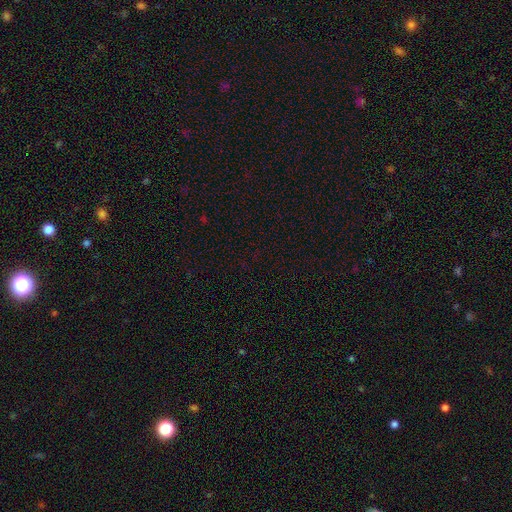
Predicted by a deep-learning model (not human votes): Smooth or featured? Predicted: star or artifact (p=0.71).